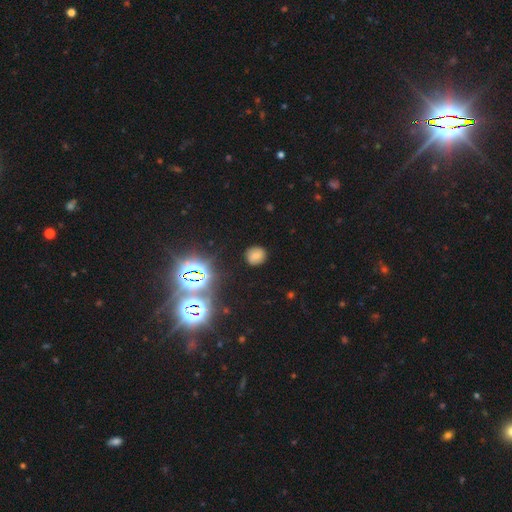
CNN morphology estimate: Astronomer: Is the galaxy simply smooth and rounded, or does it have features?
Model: smooth — 67%.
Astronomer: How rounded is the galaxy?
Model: round — 79%.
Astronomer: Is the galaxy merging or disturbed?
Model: none — 85%.